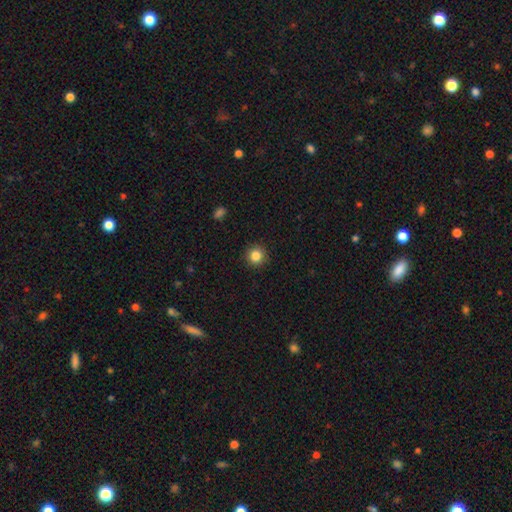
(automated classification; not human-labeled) This is clearly a smooth galaxy (85%). How rounded: clearly round (94%). Merging: clearly none (92%).